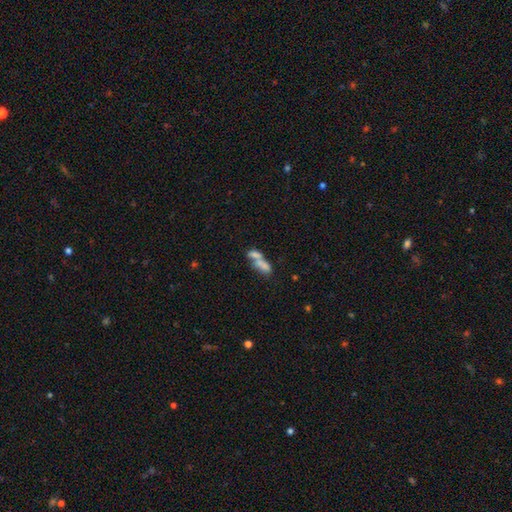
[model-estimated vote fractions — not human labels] smooth 63%, featured or disk 24%, star or artifact 12%. Down the decision tree: how rounded — in between (68%); merging — merger (63%).